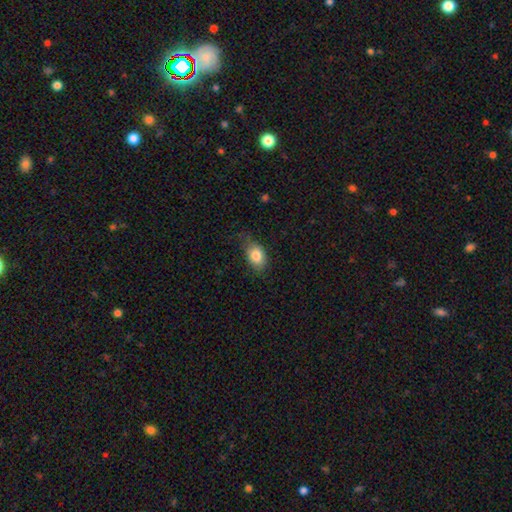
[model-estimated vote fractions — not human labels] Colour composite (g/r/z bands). It shows a smooth galaxy with no disk features (83%) that is in between round and cigar-shaped (83%). Merging: none (64%).